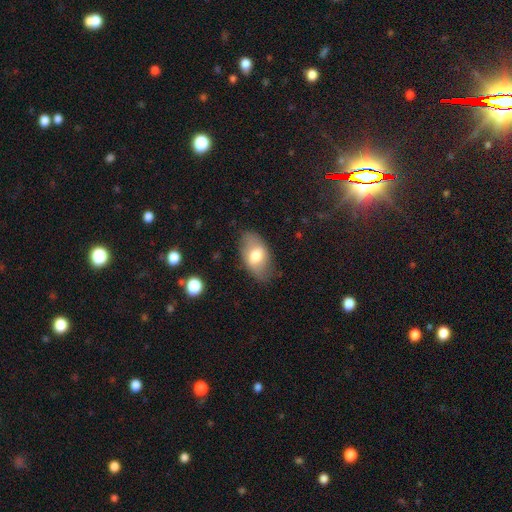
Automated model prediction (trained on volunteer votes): Q: Smooth or featured?
A: smooth (65%); runner-up: featured or disk (28%)
Q: How rounded?
A: in between (92%); runner-up: round (6%)
Q: Merging?
A: none (75%); runner-up: minor disturbance (18%)